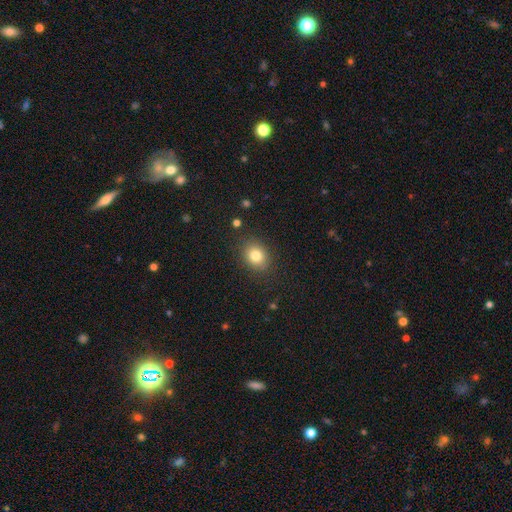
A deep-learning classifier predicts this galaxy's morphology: smooth_or_featured: smooth (p=0.81) [alt: star or artifact p=0.11]
how_rounded: round (p=0.58) [alt: in between p=0.42]
merging: none (p=0.85) [alt: minor disturbance p=0.10]